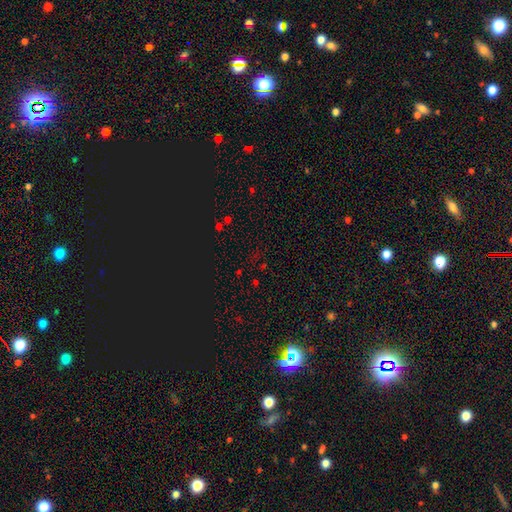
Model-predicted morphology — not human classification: smooth_or_featured: star or artifact (p=0.66) [alt: smooth p=0.26]